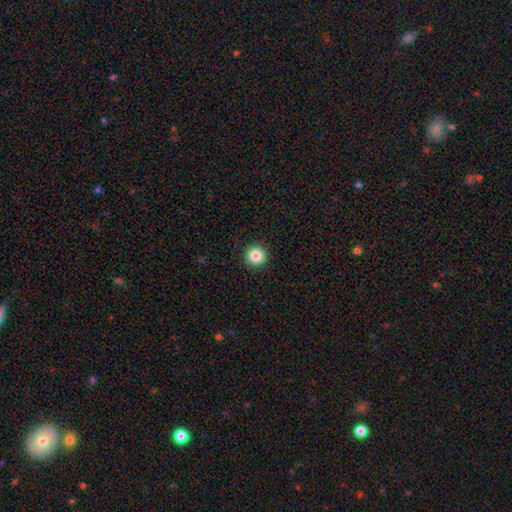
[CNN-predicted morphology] This appears to be a smooth galaxy with no disk features (86%) that is round (96%). Merging: none (93%).